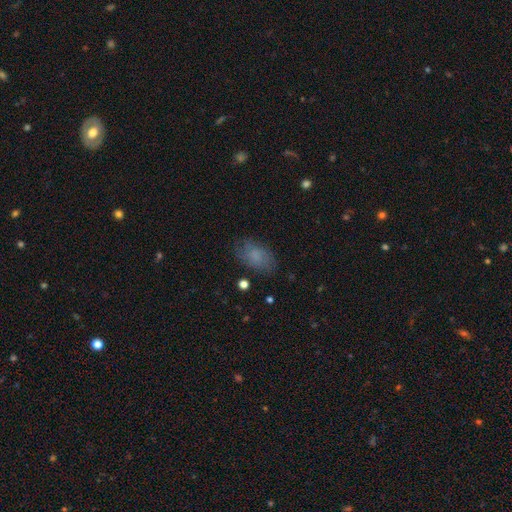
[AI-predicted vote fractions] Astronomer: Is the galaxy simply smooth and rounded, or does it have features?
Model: smooth — 71%.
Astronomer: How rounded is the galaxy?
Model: in between — 88%.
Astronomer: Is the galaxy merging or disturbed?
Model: none — 71%.